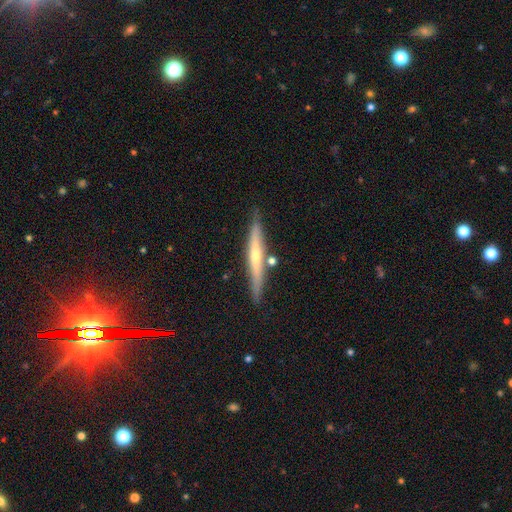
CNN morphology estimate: Smooth or featured? featured or disk (59%)
Edge-on disk? yes (95%)
Edge-on bulge? rounded (61%)
Merging? none (80%)